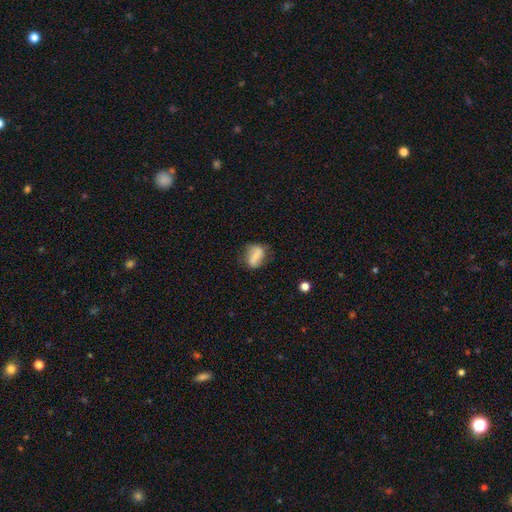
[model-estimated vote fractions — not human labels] Overall: smooth (59%; featured or disk 31%). How rounded: in between (68%). Merging: none (56%; minor disturbance 26%).